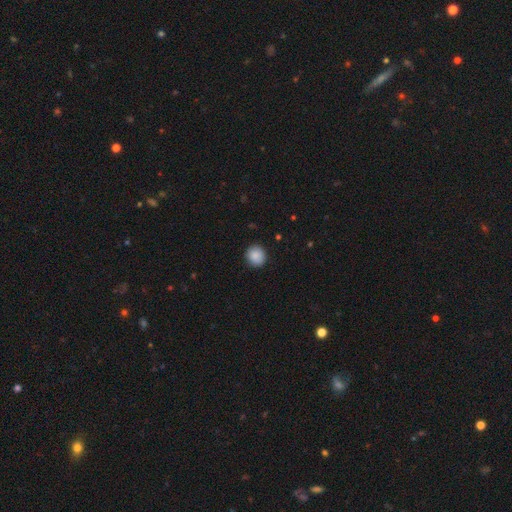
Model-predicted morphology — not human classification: Smooth or featured? smooth (87%)
How rounded? round (90%)
Merging? none (90%)